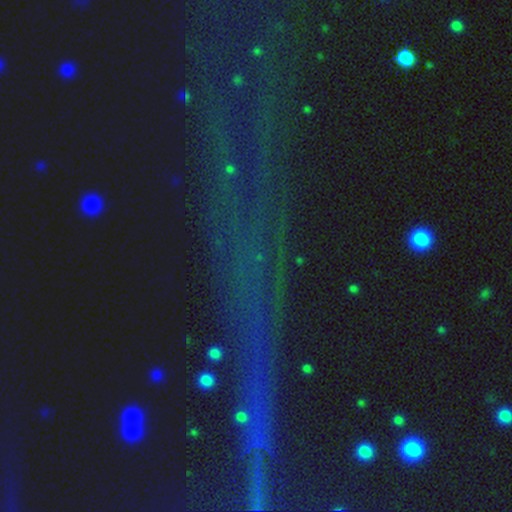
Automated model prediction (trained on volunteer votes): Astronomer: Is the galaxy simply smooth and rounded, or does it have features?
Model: star or artifact — 74%.